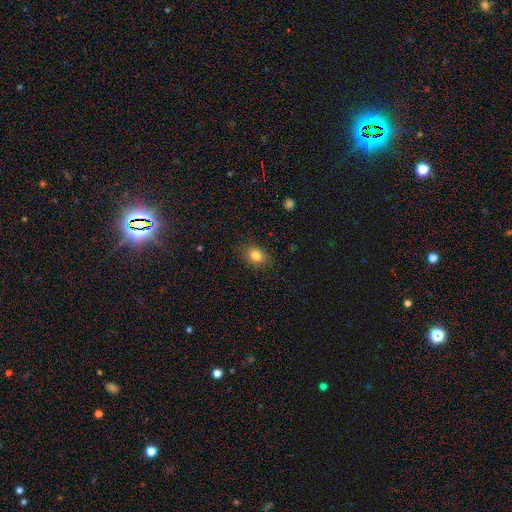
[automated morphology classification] The model was most divided on "how rounded": in between: 69%, round: 30%, cigar-shaped: 1%. More confident: merging — none (84%); smooth or featured — smooth (82%).